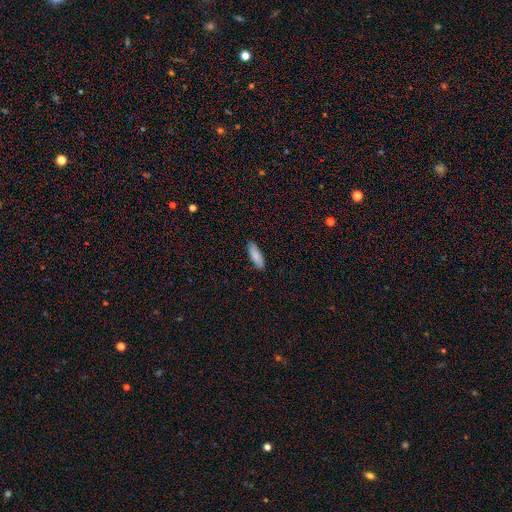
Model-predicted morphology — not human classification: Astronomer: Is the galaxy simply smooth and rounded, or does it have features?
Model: smooth — 86%.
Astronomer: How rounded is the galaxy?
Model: in between — 60% (runner-up: cigar-shaped, 39%).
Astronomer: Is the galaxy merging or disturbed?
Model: none — 88%.